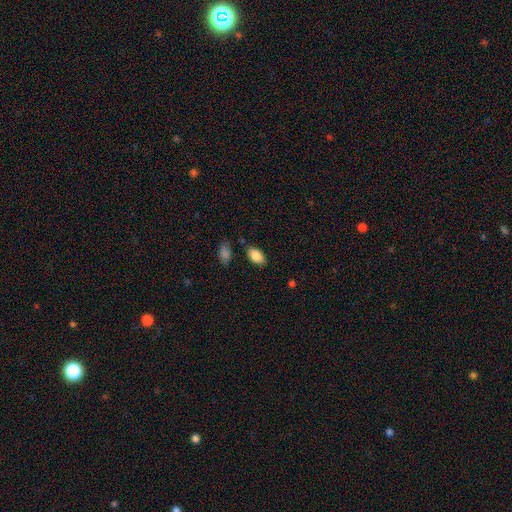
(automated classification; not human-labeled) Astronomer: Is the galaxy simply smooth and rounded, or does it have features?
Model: smooth — 86%.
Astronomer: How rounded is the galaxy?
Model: in between — 93%.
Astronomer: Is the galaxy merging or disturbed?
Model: none — 81%.